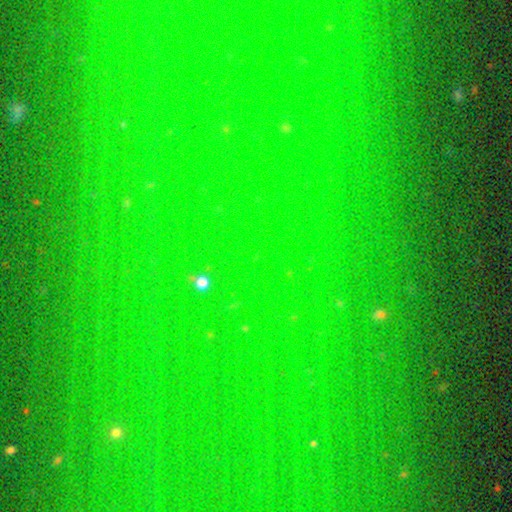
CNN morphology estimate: star or artifact 79%, smooth 13%, featured or disk 8%.